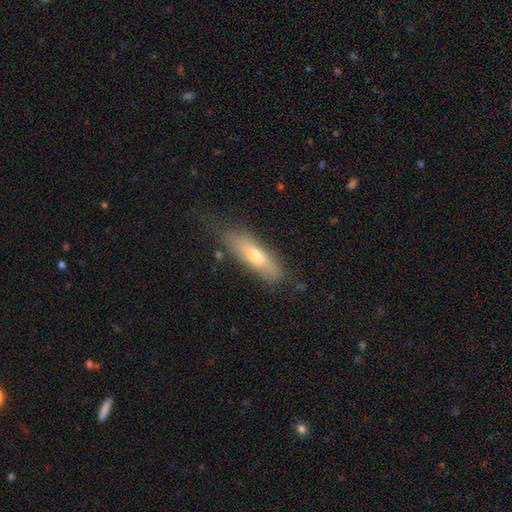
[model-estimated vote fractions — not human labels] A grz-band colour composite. It shows a smooth galaxy with no disk features (60%) that is cigar-shaped (57%). Merging: none (62%).